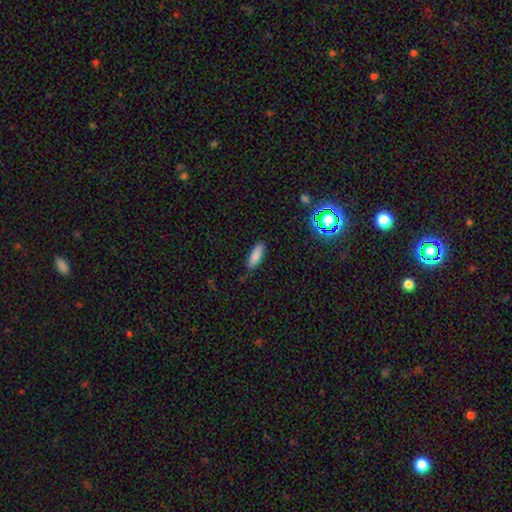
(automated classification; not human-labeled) Smooth or featured: smooth — 84% (star or artifact — 10%)
How rounded: in between — 58% (cigar-shaped — 41%)
Merging: none — 78% (minor disturbance — 17%)